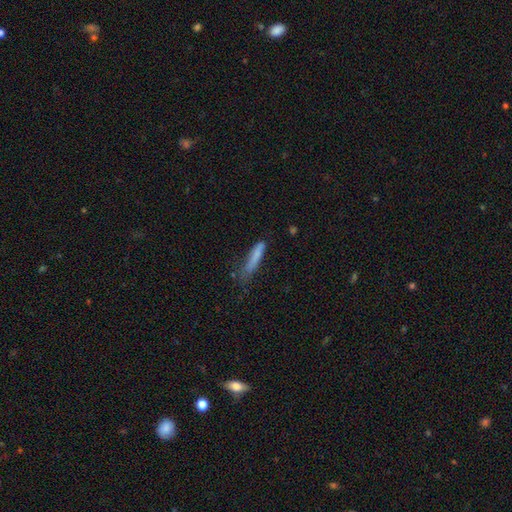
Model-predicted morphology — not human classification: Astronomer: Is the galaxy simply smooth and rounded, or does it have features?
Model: smooth — 75%.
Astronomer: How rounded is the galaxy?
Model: cigar-shaped — 90%.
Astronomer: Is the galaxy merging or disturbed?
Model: none — 48% (runner-up: minor disturbance, 32%).